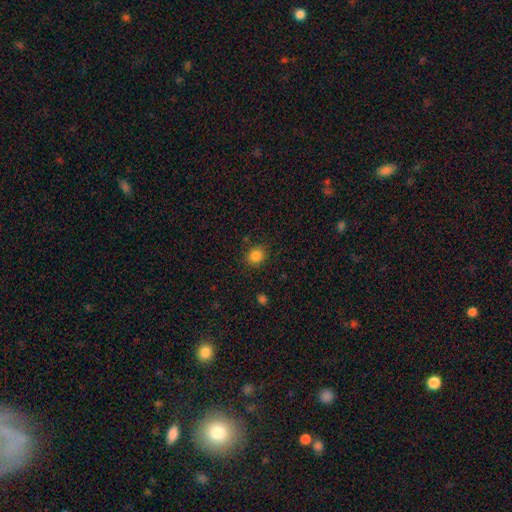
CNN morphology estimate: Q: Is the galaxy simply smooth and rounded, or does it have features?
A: smooth — 85%.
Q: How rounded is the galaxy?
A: round — 78%.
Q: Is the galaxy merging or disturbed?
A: none — 87%.